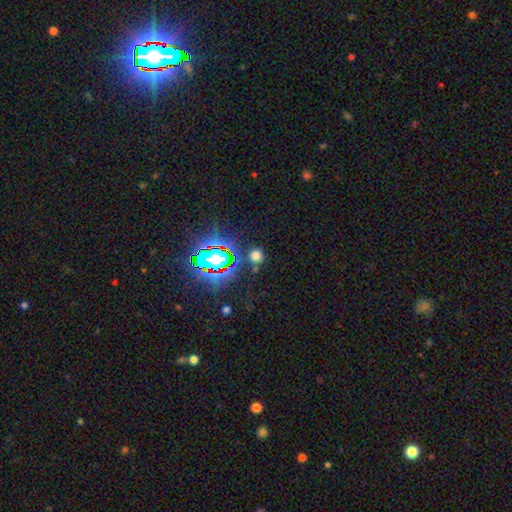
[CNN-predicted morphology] A smooth galaxy with no disk features (60%) that is round (87%). Merging: none (81%).